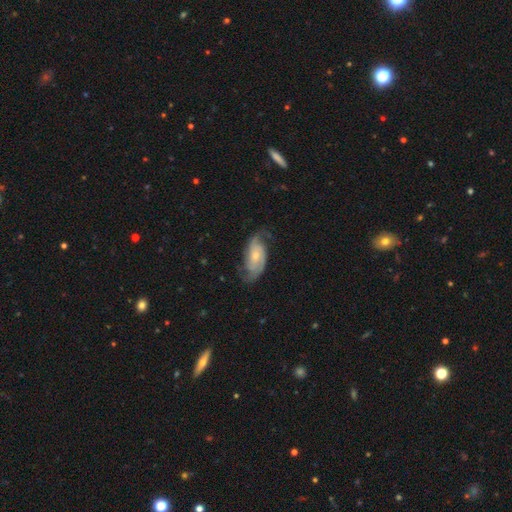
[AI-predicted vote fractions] Smooth or featured? featured or disk (81%)
Edge-on disk? no (96%)
Bar? no (64%)
Spiral arms? yes (96%)
Spiral winding? medium (46%)
Spiral arm count? 2 (72%)
Bulge size? small (59%)
Merging? none (68%)